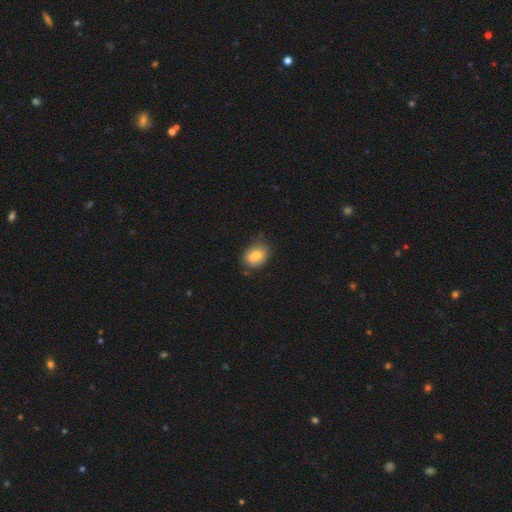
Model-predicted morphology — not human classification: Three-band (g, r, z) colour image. It shows a smooth galaxy with no disk features (71%) that is in between round and cigar-shaped (60%). Merging: none (53%).